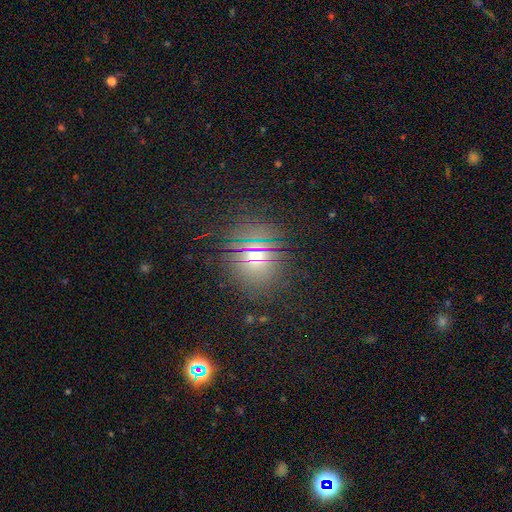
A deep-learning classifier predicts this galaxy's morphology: smooth_or_featured: smooth (p=0.46) [alt: star or artifact p=0.42]
merging: none (p=0.84) [alt: minor disturbance p=0.08]